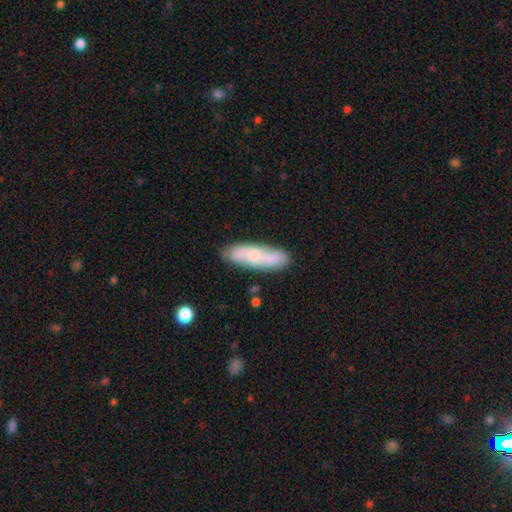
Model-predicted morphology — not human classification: The model was most divided on "smooth or featured": smooth: 54%, featured or disk: 40%, star or artifact: 7%. More confident: merging — none (78%); how rounded — cigar-shaped (56%).